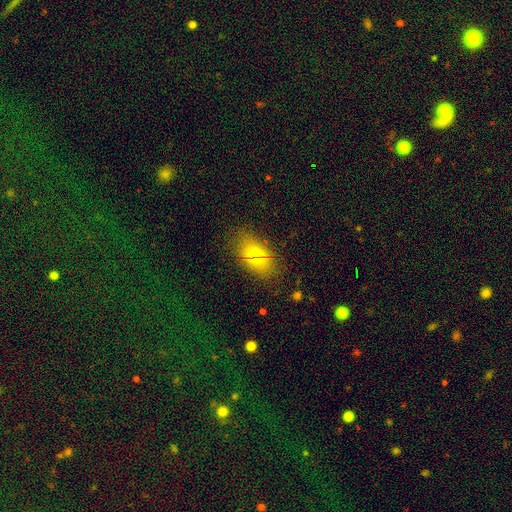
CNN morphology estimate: A smooth galaxy with no disk features (69%) that is in between round and cigar-shaped (83%). Merging: none (77%).